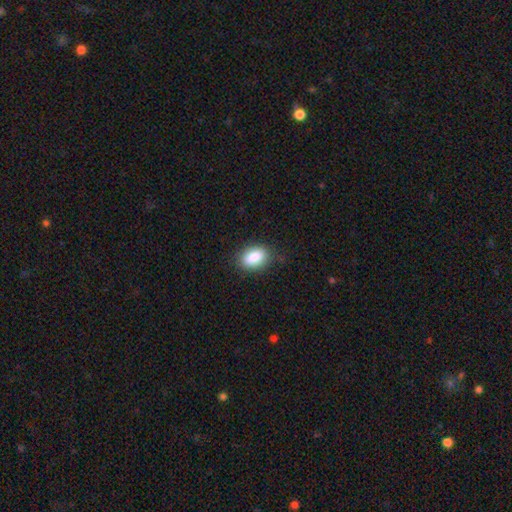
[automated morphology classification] smooth-or-featured: smooth: 87% | star or artifact: 8% | featured or disk: 5%
  how-rounded: in between: 88% | round: 10% | cigar-shaped: 2%
  merging: none: 83% | minor disturbance: 13% | major disturbance: 3% | merger: 1%